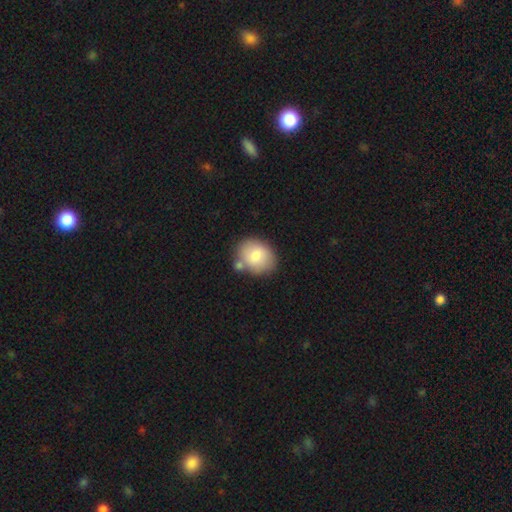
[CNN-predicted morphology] The model was most divided on "how rounded": round: 53%, in between: 46%, cigar-shaped: 1%. More confident: smooth or featured — smooth (78%); merging — none (64%).